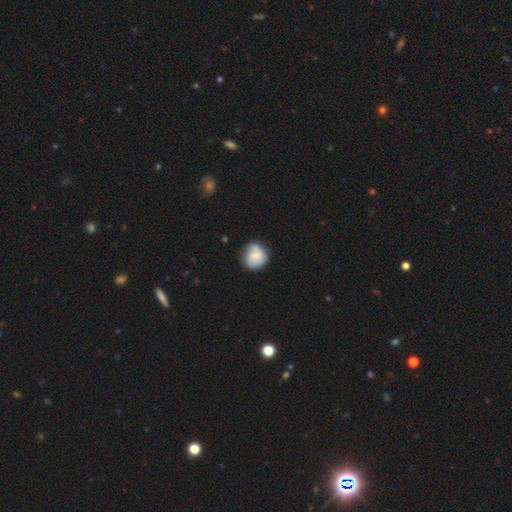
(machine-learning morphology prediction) smooth 54%, featured or disk 39%, star or artifact 7%. Down the decision tree: how rounded — round (81%); merging — none (70%).